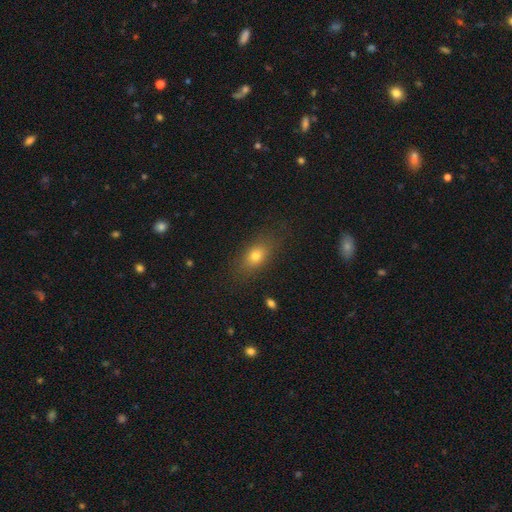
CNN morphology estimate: Smooth or featured?
  - smooth: 75% *
  - featured or disk: 14%
  - star or artifact: 11%
How rounded?
  - in between: 76% *
  - round: 15%
  - cigar-shaped: 8%
Merging?
  - none: 81% *
  - minor disturbance: 13%
  - major disturbance: 5%
  - merger: 1%